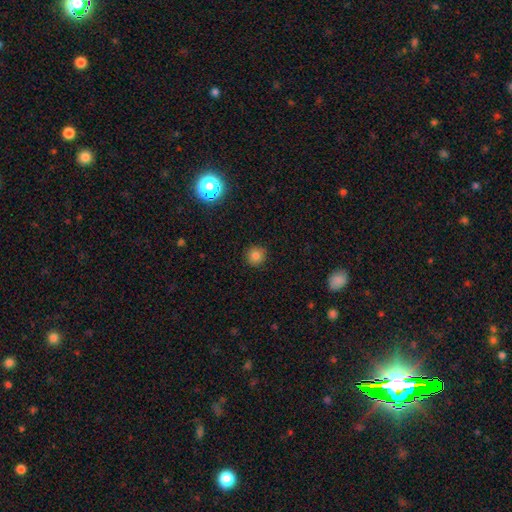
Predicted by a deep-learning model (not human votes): smooth-or-featured: smooth: 81% | star or artifact: 13% | featured or disk: 5%
  how-rounded: round: 93% | in between: 6% | cigar-shaped: 1%
  merging: none: 90% | minor disturbance: 7% | major disturbance: 2% | merger: 1%